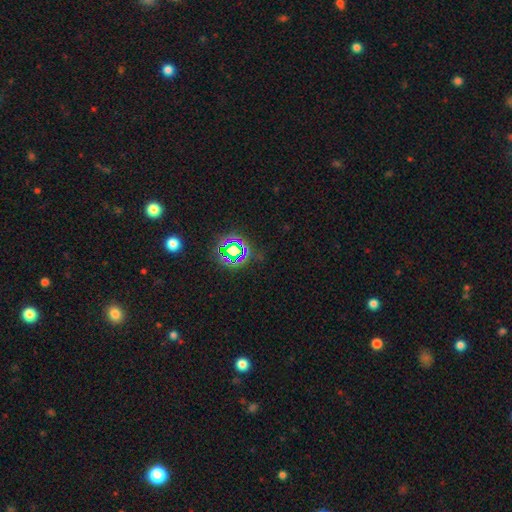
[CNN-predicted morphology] A star or artifact, not a galaxy (77%).